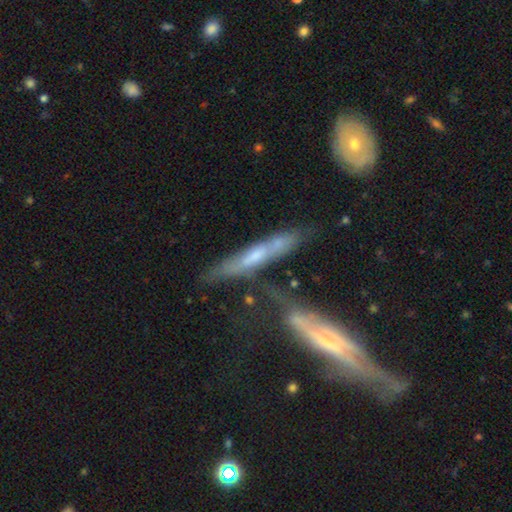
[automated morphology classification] smooth-or-featured: featured or disk: 59% | smooth: 32% | star or artifact: 9%
  disk-edge-on: yes: 73% | no: 27%
  merging: none: 49% | merger: 22% | minor disturbance: 19% | major disturbance: 10%